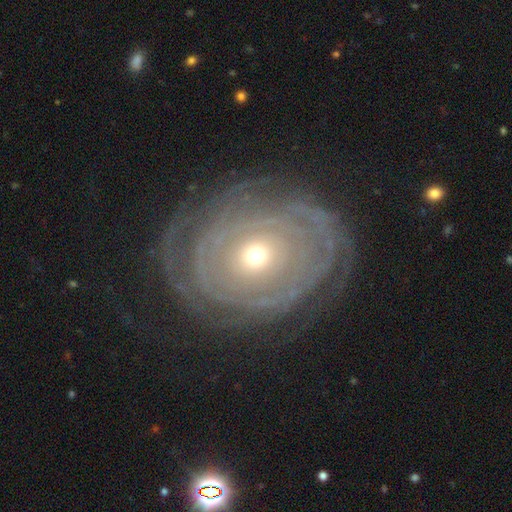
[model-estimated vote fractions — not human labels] A featured or disk galaxy (82%) with no bar (86%), tight (85%) spiral arms (83%) and a small central bulge (56%).

Vote fractions:
- Smooth or featured? featured or disk: 82% / smooth: 12% / star or artifact: 6%
- Edge-on disk? no: 96% / yes: 4%
- Bar? no: 86% / weak: 10% / strong: 4%
- Spiral arms? yes: 83% / no: 17%
- Spiral winding? tight: 85% / medium: 11% / loose: 4%
- Spiral arm count? can't tell: 45% / more than 4: 14% / 2: 13% / 3: 11% / 4: 11% / 1: 7%
- Bulge size? small: 56% / moderate: 40% / large: 2% / dominant: 1% / none: 1%
- Merging? none: 76% / minor disturbance: 15% / major disturbance: 8% / merger: 1%